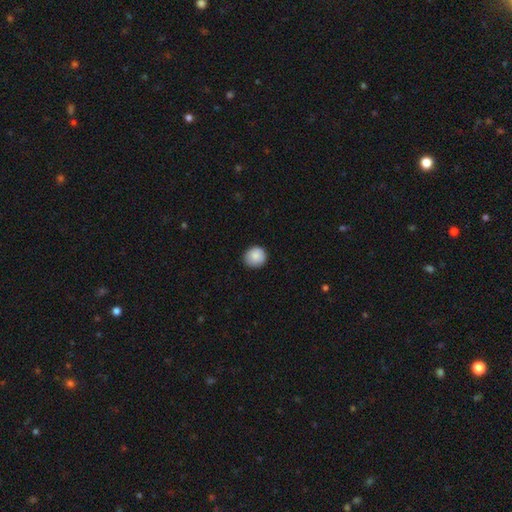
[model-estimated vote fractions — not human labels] Smooth or featured: smooth — 87% (star or artifact — 7%)
How rounded: round — 91% (in between — 8%)
Merging: none — 88% (minor disturbance — 9%)